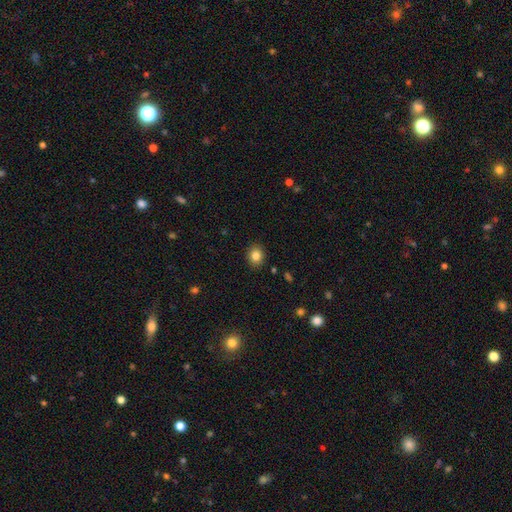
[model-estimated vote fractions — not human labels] A smooth galaxy with no disk features (84%) that is round (63%). Merging: none (89%).